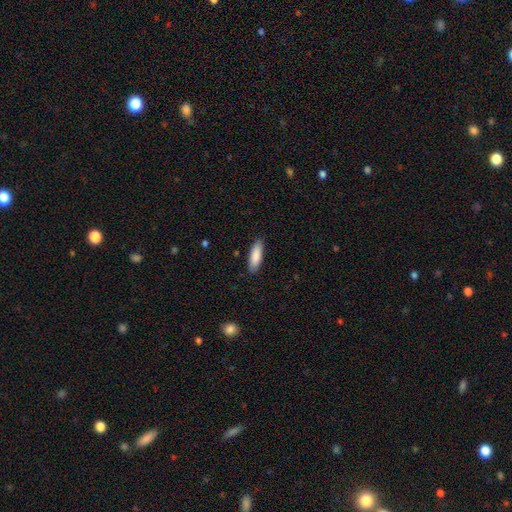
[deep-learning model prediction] A smooth galaxy with no disk features (87%) that is in between round and cigar-shaped (51%).

Vote fractions:
- Smooth or featured? smooth: 87% / featured or disk: 7% / star or artifact: 6%
- How rounded? in between: 51% / cigar-shaped: 48% / round: 1%
- Merging? none: 87% / minor disturbance: 10% / major disturbance: 2% / merger: 1%